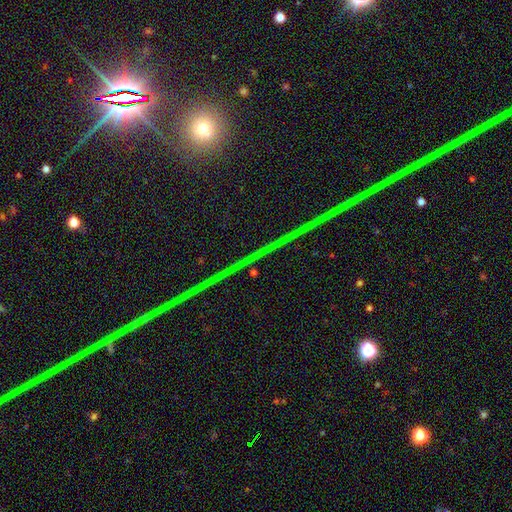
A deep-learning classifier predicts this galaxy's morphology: Smooth or featured: star or artifact — 76% (smooth — 15%)